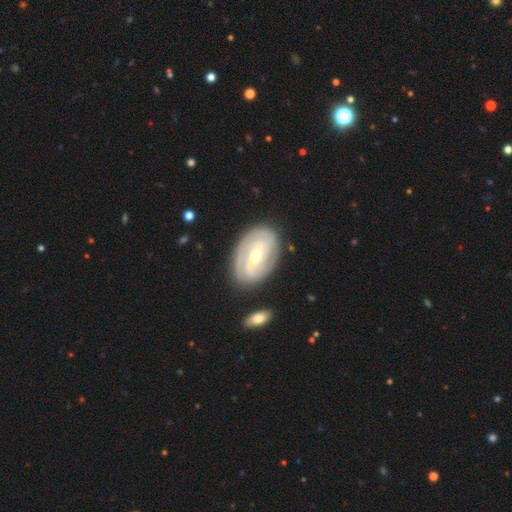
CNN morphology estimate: The model was most divided on "bar": weak: 43%, strong: 34%, no: 23%. Remaining: edge-on disk — no (96%); spiral arms — yes (92%); smooth or featured — featured or disk (84%); merging — none (81%); spiral winding — tight (62%); bulge size — moderate (57%); spiral arm count — 2 (49%).